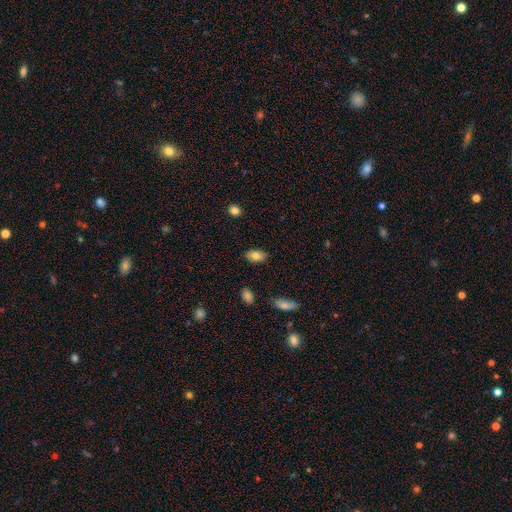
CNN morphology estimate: A smooth galaxy with no disk features (80%) that is in between round and cigar-shaped (90%).

Vote fractions:
- Smooth or featured? smooth: 80% / featured or disk: 12% / star or artifact: 8%
- How rounded? in between: 90% / round: 7% / cigar-shaped: 2%
- Merging? none: 85% / minor disturbance: 11% / major disturbance: 2% / merger: 1%